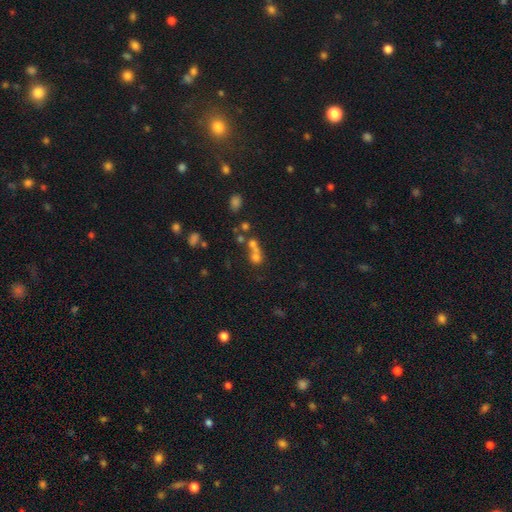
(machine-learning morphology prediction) Smooth or featured: smooth — 62% (featured or disk — 19%)
How rounded: round — 76% (in between — 22%)
Merging: merger — 58% (none — 29%)